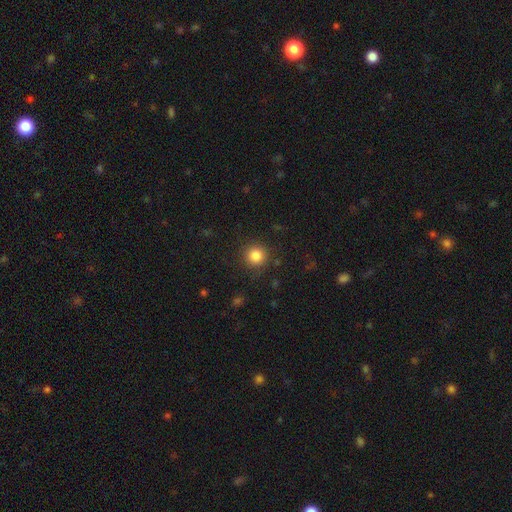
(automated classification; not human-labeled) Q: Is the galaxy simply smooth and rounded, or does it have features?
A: smooth — 84%.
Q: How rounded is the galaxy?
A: round — 94%.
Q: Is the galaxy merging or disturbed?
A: none — 89%.